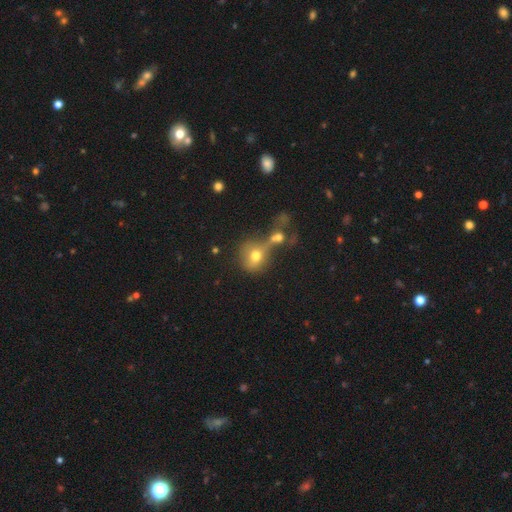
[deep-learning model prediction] Smooth or featured? smooth (70%)
How rounded? round (75%)
Merging? merger (51%)